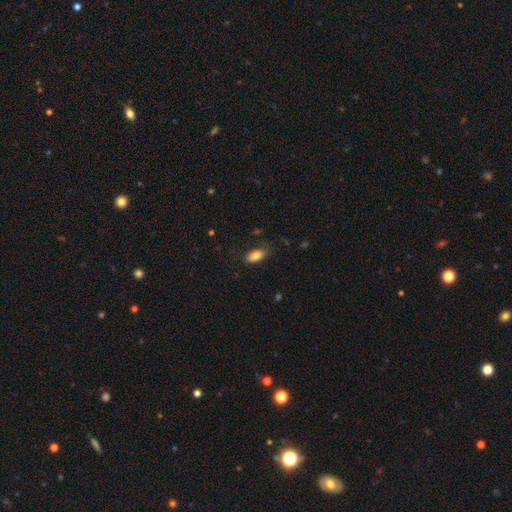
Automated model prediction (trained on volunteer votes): smooth-or-featured: smooth: 82% | featured or disk: 10% | star or artifact: 8%
  how-rounded: in between: 90% | cigar-shaped: 6% | round: 4%
  merging: none: 77% | minor disturbance: 17% | major disturbance: 4% | merger: 1%